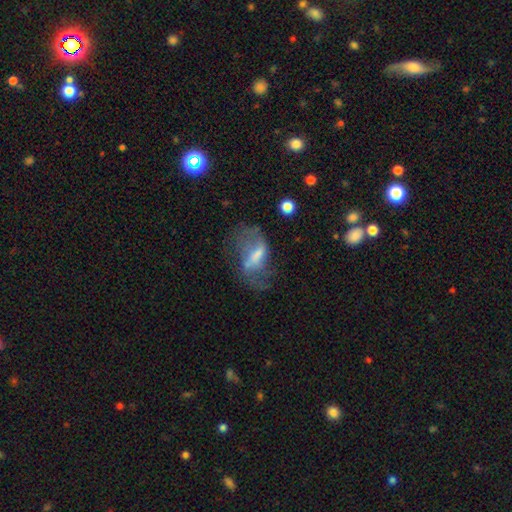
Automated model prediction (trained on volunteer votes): smooth_or_featured: featured or disk (p=0.60) [alt: smooth p=0.29]
disk_edge_on: no (p=0.92) [alt: yes p=0.08]
bar: weak (p=0.42) [alt: strong p=0.36]
has_spiral_arms: yes (p=0.59) [alt: no p=0.41]
bulge_size: moderate (p=0.33) [alt: small p=0.31]
merging: none (p=0.42) [alt: major disturbance p=0.33]